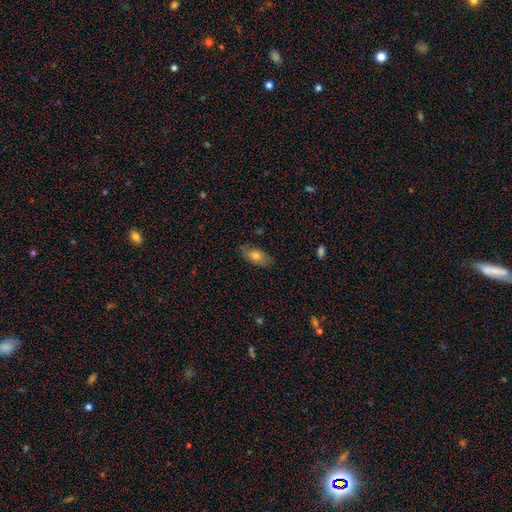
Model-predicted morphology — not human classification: smooth-or-featured: smooth: 70% | featured or disk: 23% | star or artifact: 7%
  how-rounded: in between: 88% | cigar-shaped: 8% | round: 3%
  merging: none: 75% | minor disturbance: 20% | major disturbance: 4% | merger: 1%